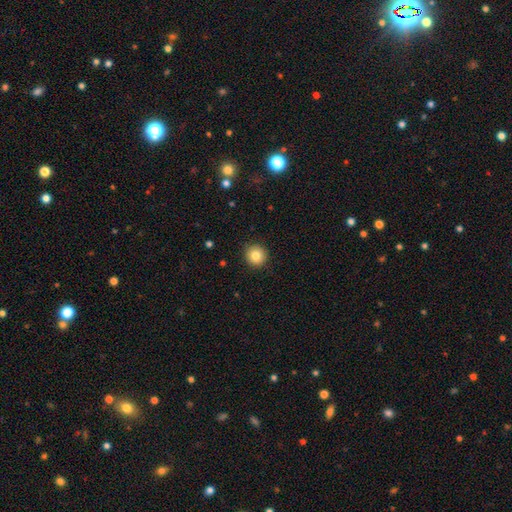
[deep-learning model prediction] smooth-or-featured: smooth: 83% | star or artifact: 10% | featured or disk: 8%
  how-rounded: round: 94% | in between: 5% | cigar-shaped: 1%
  merging: none: 92% | minor disturbance: 5% | major disturbance: 2% | merger: 1%